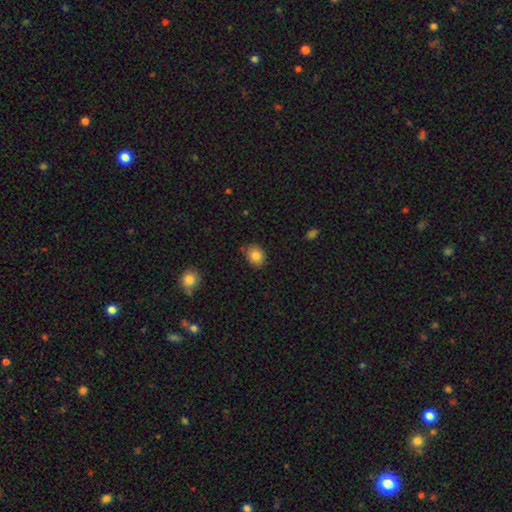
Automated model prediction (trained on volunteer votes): A smooth galaxy with no disk features (83%) that is in between round and cigar-shaped (52%). Merging: none (78%).